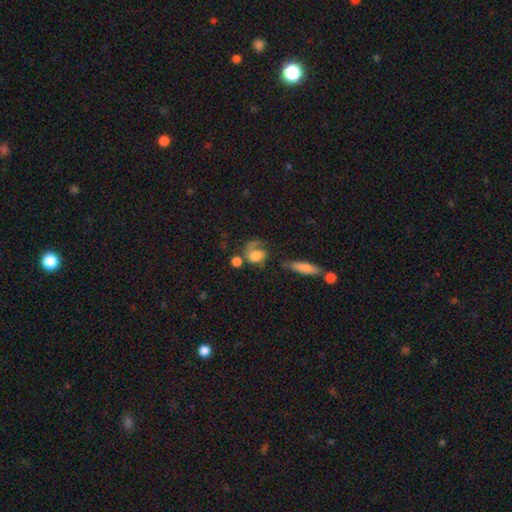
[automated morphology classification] Smooth or featured?
  - smooth: 48% *
  - featured or disk: 43%
  - star or artifact: 9%
Merging?
  - none: 34% *
  - major disturbance: 31%
  - merger: 18%
  - minor disturbance: 18%